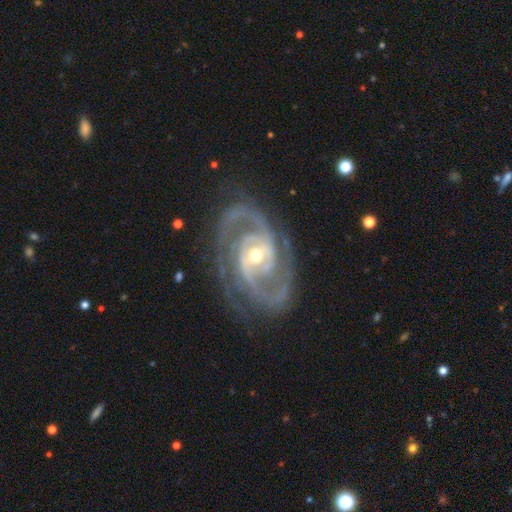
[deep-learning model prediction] Morphology: type=featured or disk (93%); edge-on=no (97%); bar=no (44%); spiral arms=yes (98%); winding=tight (49%); arm count=2 (65%); bulge=moderate (55%); merging=none (74%).